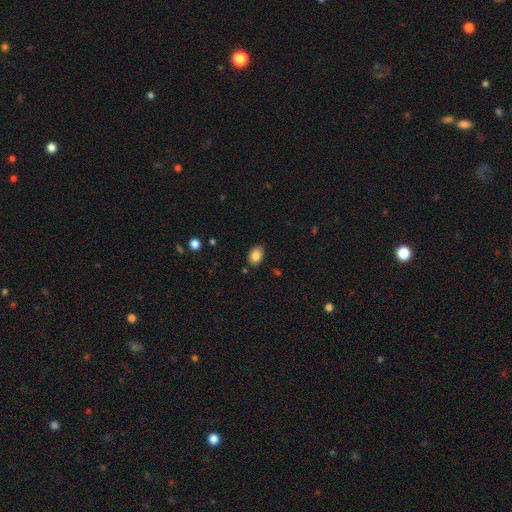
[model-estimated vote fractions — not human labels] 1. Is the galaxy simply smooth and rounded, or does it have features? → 84% smooth, 8% star or artifact, 8% featured or disk.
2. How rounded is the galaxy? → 75% in between, 24% round, 1% cigar-shaped.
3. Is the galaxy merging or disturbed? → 85% none, 11% minor disturbance, 2% major disturbance, 2% merger.